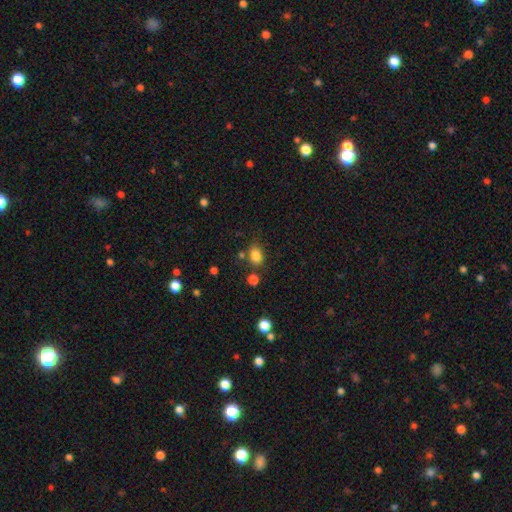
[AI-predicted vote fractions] smooth-or-featured: smooth: 83% | star or artifact: 12% | featured or disk: 5%
  how-rounded: in between: 71% | round: 27% | cigar-shaped: 1%
  merging: none: 71% | minor disturbance: 15% | merger: 9% | major disturbance: 5%